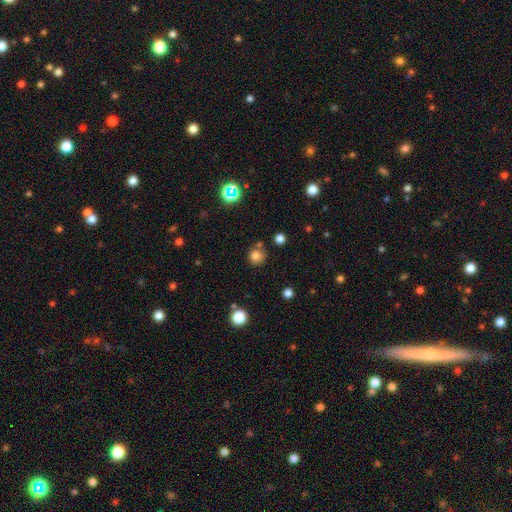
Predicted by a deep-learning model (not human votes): This appears to be a smooth galaxy with no disk features (78%) that is round (91%). Merging: none (76%).